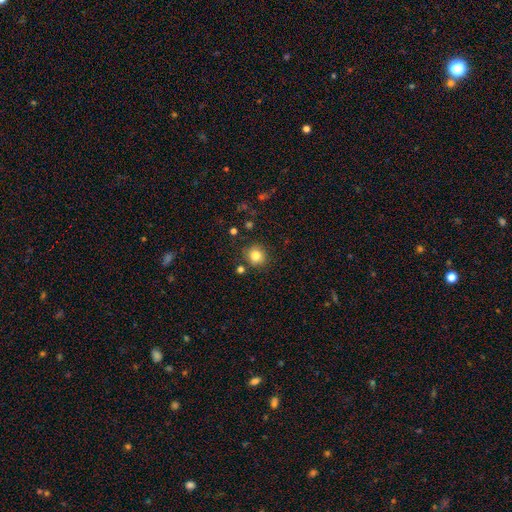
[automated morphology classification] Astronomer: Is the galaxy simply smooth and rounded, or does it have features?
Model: smooth — 82%.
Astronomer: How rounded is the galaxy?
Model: round — 88%.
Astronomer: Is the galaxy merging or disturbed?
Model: none — 82%.